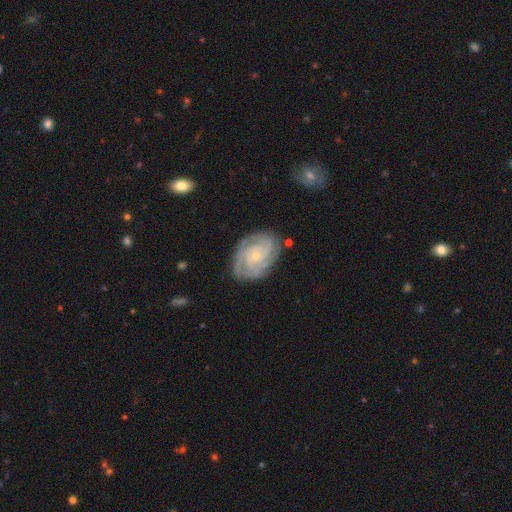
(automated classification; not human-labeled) The model was most divided on "spiral arm count": 3: 29%, can't tell: 23%, 2: 20%, 4: 17%, more than 4: 6%, 1: 6%. More confident: edge-on disk — no (97%); spiral arms — yes (96%); smooth or featured — featured or disk (85%); bulge size — small (80%); merging — none (75%); bar — no (72%); spiral winding — tight (69%).